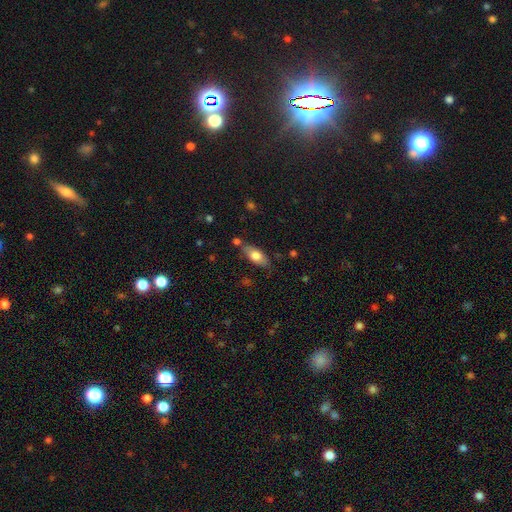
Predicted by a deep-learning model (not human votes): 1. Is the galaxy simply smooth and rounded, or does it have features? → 71% smooth, 22% featured or disk, 7% star or artifact.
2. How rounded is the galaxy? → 80% in between, 17% cigar-shaped, 3% round.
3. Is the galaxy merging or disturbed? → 68% none, 20% minor disturbance, 7% merger, 5% major disturbance.